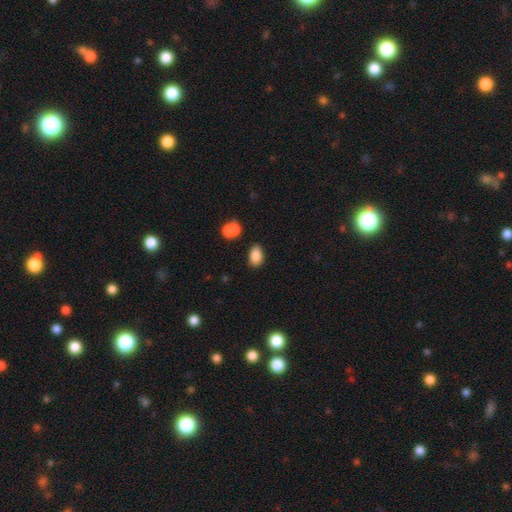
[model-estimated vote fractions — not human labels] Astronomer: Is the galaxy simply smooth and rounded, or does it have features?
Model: smooth — 86%.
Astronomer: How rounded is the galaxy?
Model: in between — 90%.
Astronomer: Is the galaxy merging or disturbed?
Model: none — 78%.